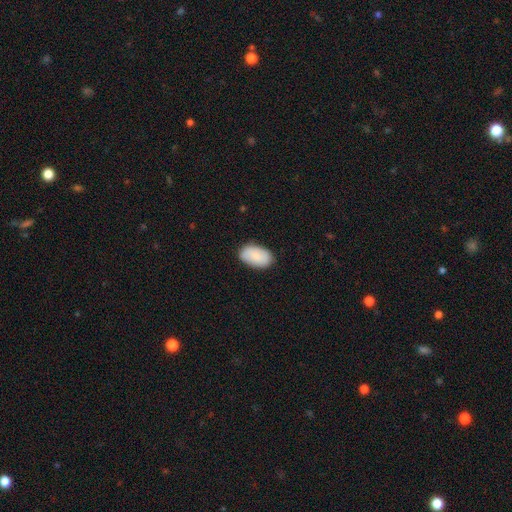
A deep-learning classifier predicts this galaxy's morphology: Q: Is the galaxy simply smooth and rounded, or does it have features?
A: smooth — 86%.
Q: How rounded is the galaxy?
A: in between — 94%.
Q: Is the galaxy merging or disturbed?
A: none — 84%.